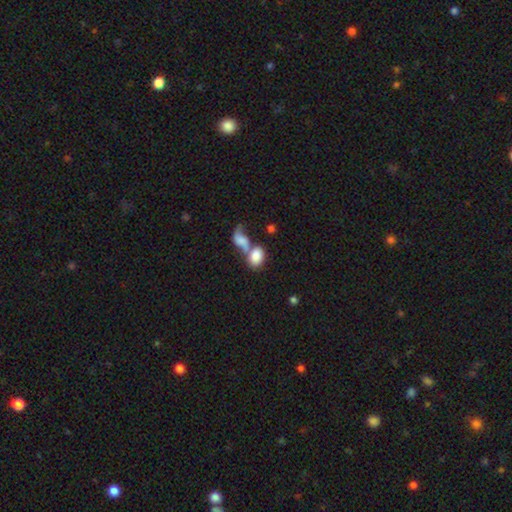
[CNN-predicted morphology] smooth 80%, featured or disk 12%, star or artifact 7%. Down the decision tree: how rounded — in between (81%); merging — merger (66%).